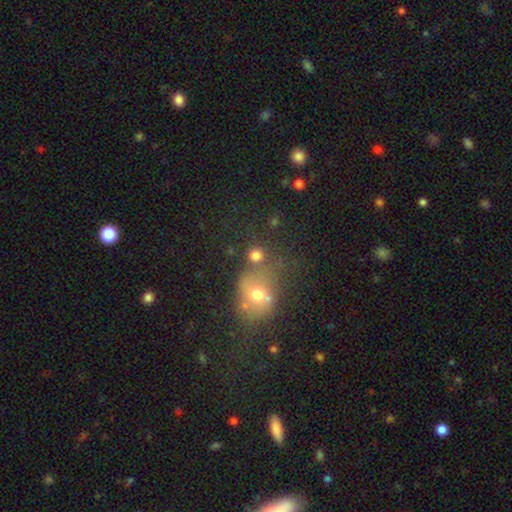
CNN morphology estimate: smooth 73%, star or artifact 18%, featured or disk 10%. Down the decision tree: how rounded — round (83%); merging — none (63%).